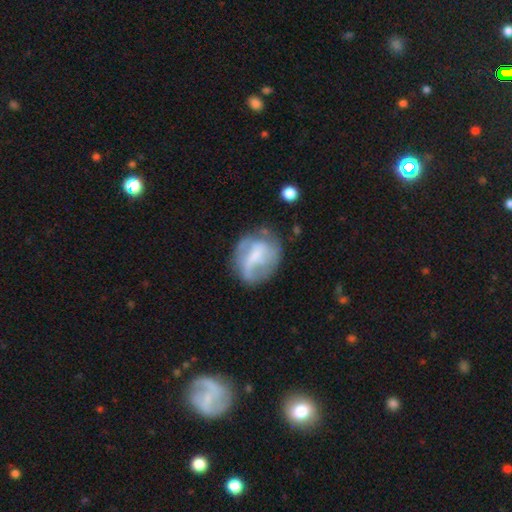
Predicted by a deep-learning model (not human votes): smooth-or-featured: featured or disk: 56% | smooth: 36% | star or artifact: 8%
  disk-edge-on: no: 97% | yes: 3%
    bar: weak: 40% | no: 33% | strong: 26%
    has-spiral-arms: yes: 57% | no: 43%
    bulge-size: none: 35% | small: 32% | moderate: 24% | large: 6% | dominant: 2%
  merging: none: 49% | minor disturbance: 25% | major disturbance: 21% | merger: 5%